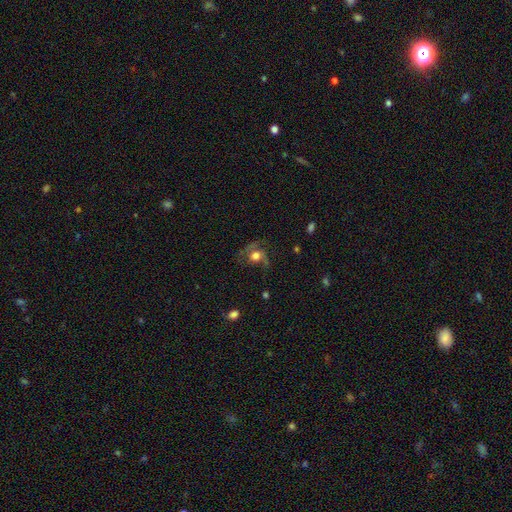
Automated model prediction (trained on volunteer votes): Smooth or featured? featured or disk (50%)
Merging? none (45%)